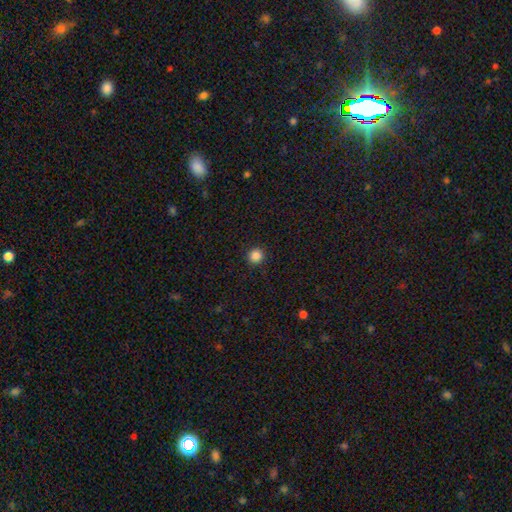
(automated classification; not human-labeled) Morphology: type=smooth (86%); roundness=round (94%); merging=none (93%).